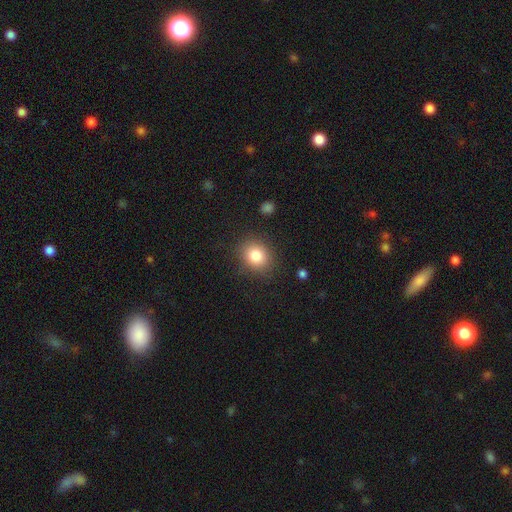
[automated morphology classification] A smooth galaxy with no disk features (82%) that is round (70%). Merging: none (86%).